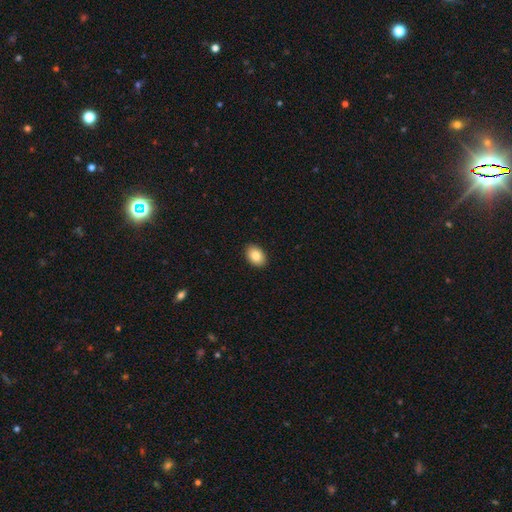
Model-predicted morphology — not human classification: smooth 85%, star or artifact 8%, featured or disk 7%. Down the decision tree: how rounded — in between (81%); merging — none (91%).